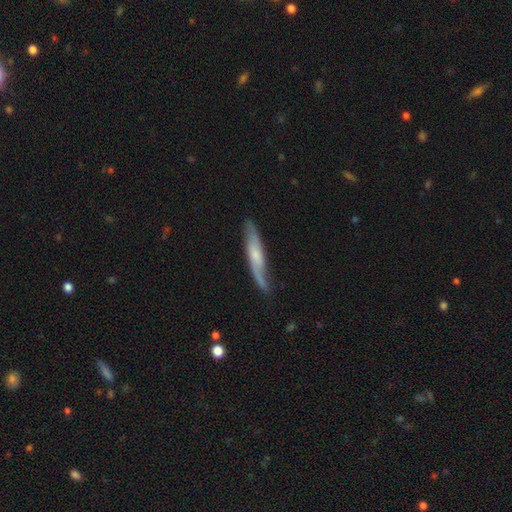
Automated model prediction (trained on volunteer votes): Overall: featured or disk (59%; smooth 35%). Edge-on disk: yes (59%; no 41%). Merging: none (70%).